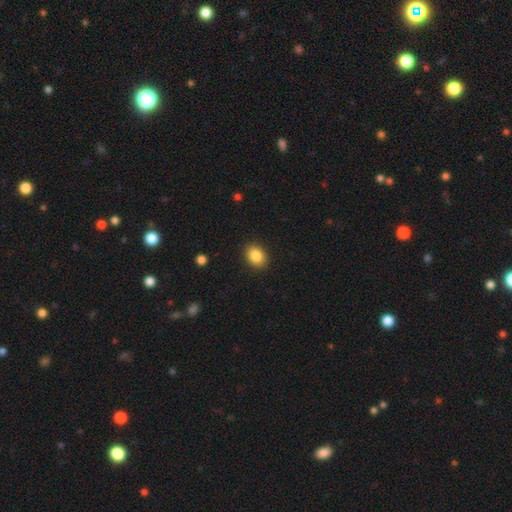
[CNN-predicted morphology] Q: Smooth or featured?
A: smooth (86%); runner-up: star or artifact (9%)
Q: How rounded?
A: in between (64%); runner-up: round (35%)
Q: Merging?
A: none (90%); runner-up: minor disturbance (7%)